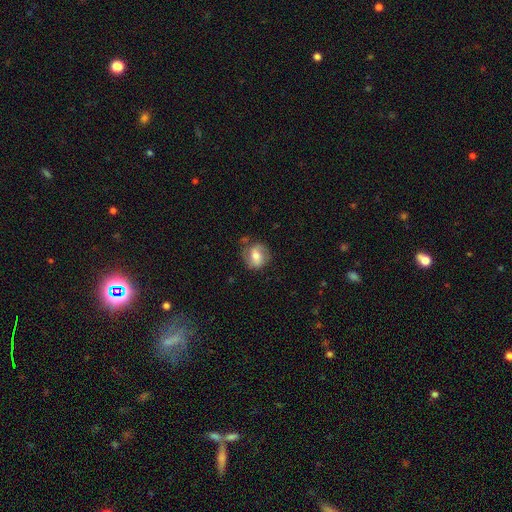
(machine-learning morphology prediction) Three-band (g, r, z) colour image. It shows a smooth galaxy with no disk features (49%). Merging: none (68%).